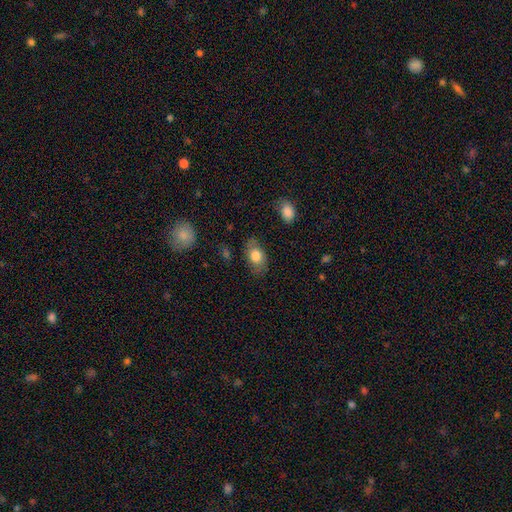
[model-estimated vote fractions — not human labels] smooth 76%, featured or disk 17%, star or artifact 7%. Down the decision tree: how rounded — in between (87%); merging — none (77%).